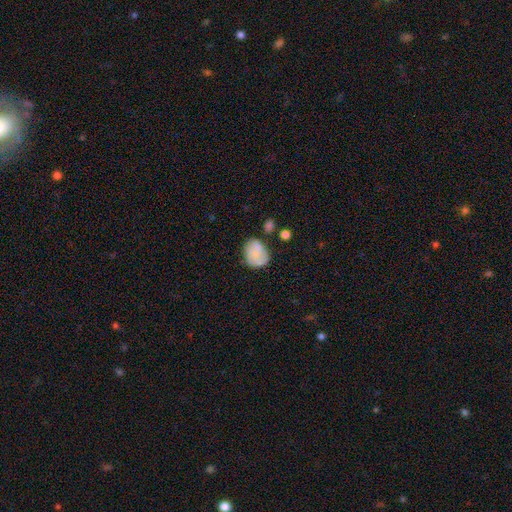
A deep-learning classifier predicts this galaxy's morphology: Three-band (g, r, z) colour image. It shows a smooth galaxy with no disk features (72%) that is in between round and cigar-shaped (53%). Merging: none (53%).